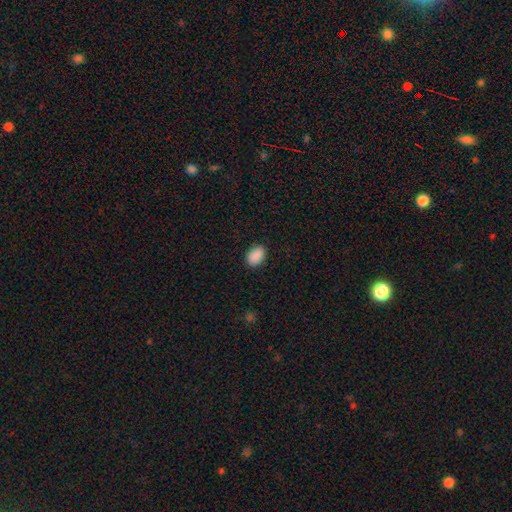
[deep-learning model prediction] The model was most divided on "how rounded": in between: 86%, round: 13%, cigar-shaped: 1%. More confident: smooth or featured — smooth (90%); merging — none (88%).